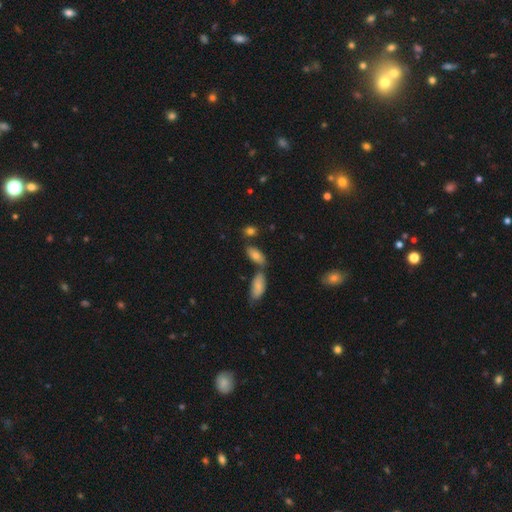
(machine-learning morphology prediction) Smooth or featured? Predicted: smooth (p=0.73). How rounded? Predicted: in between (p=0.82). Merging? Predicted: none (p=0.60).